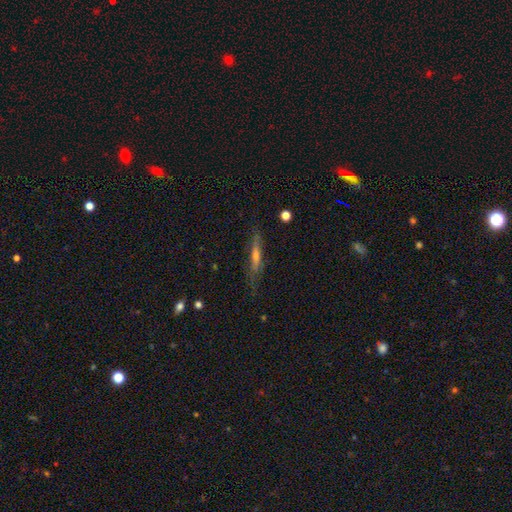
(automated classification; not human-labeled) Smooth or featured? featured or disk (57%)
Edge-on disk? yes (84%)
Merging? none (75%)